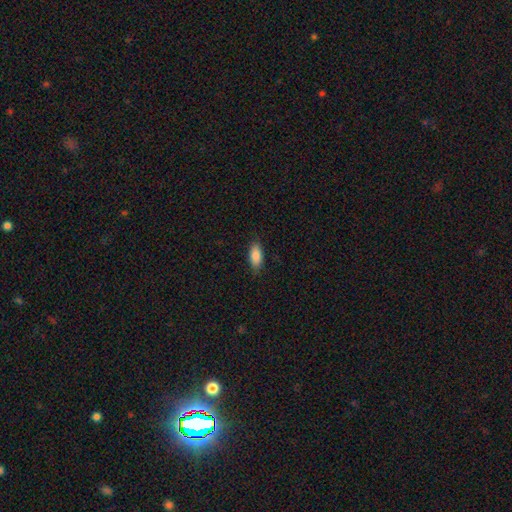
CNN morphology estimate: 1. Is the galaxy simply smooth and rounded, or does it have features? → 86% smooth, 7% featured or disk, 7% star or artifact.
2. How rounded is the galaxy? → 85% in between, 12% cigar-shaped, 2% round.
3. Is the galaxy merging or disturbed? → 85% none, 11% minor disturbance, 2% major disturbance, 1% merger.